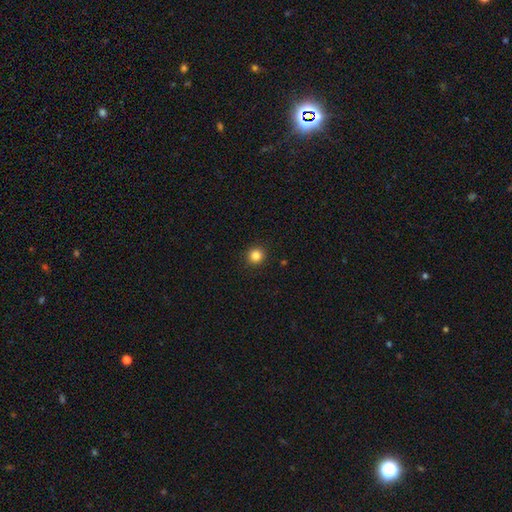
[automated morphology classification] Q: Smooth or featured?
A: smooth (84%); runner-up: star or artifact (12%)
Q: How rounded?
A: round (93%); runner-up: in between (6%)
Q: Merging?
A: none (93%); runner-up: minor disturbance (5%)